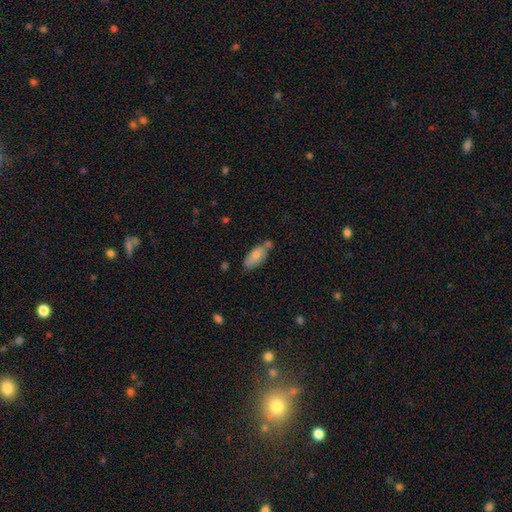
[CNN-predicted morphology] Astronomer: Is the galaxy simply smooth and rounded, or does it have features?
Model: smooth — 75%.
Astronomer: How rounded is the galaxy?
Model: in between — 86%.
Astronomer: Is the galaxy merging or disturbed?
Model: none — 52%.